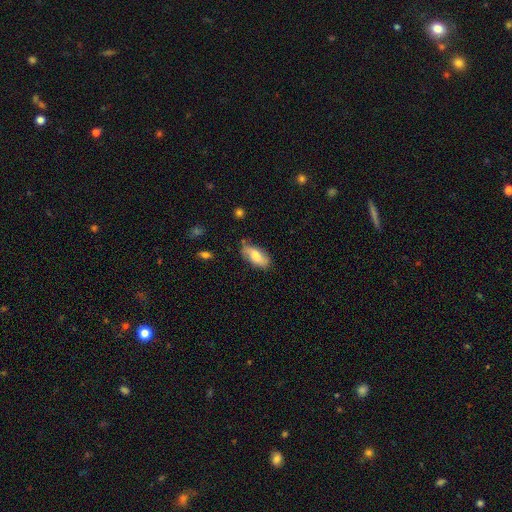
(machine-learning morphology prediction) Smooth or featured: smooth — 71% (featured or disk — 23%)
How rounded: in between — 87% (cigar-shaped — 10%)
Merging: none — 73% (minor disturbance — 20%)